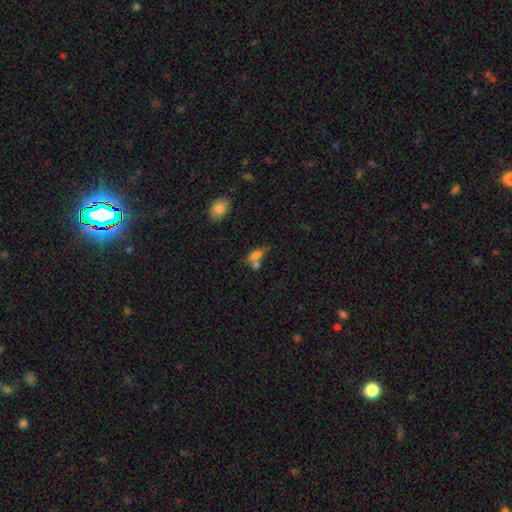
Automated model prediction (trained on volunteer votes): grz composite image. It shows a smooth galaxy with no disk features (71%) that is in between round and cigar-shaped (74%). Merging: merger (49%).